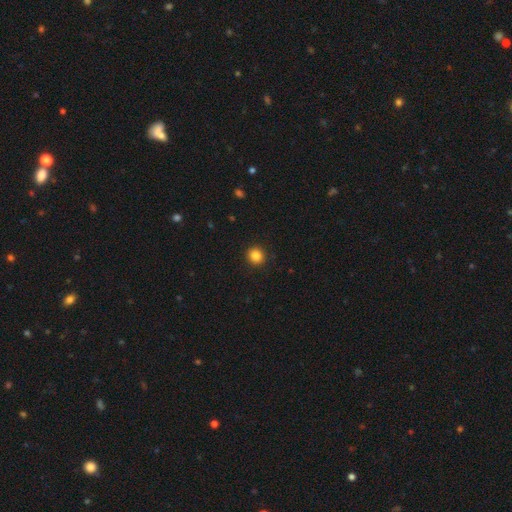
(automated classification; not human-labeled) The model was most divided on "smooth or featured": smooth: 85%, star or artifact: 11%, featured or disk: 4%. More confident: merging — none (92%); how rounded — round (91%).